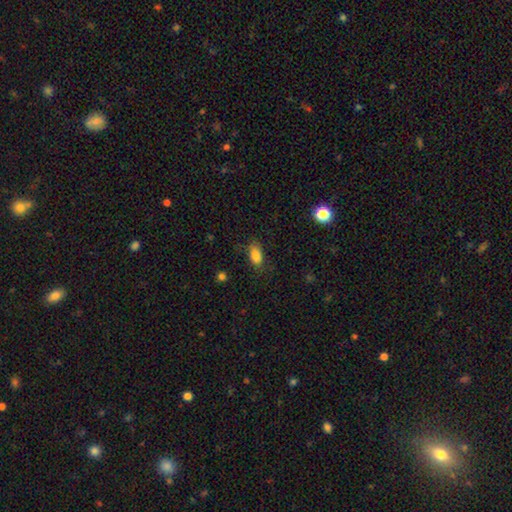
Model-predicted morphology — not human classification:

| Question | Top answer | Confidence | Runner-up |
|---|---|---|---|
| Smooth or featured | smooth | 84% | star or artifact (9%) |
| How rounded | in between | 89% | round (6%) |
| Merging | none | 76% | minor disturbance (17%) |